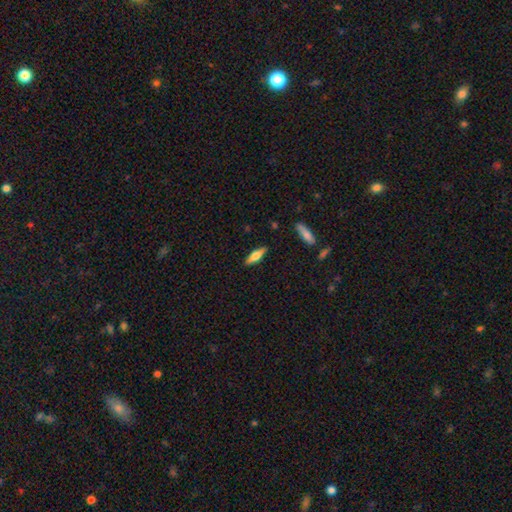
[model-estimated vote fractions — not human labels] Q: Smooth or featured?
A: smooth (51%); runner-up: featured or disk (43%)
Q: How rounded?
A: cigar-shaped (57%); runner-up: in between (40%)
Q: Merging?
A: none (88%); runner-up: minor disturbance (9%)